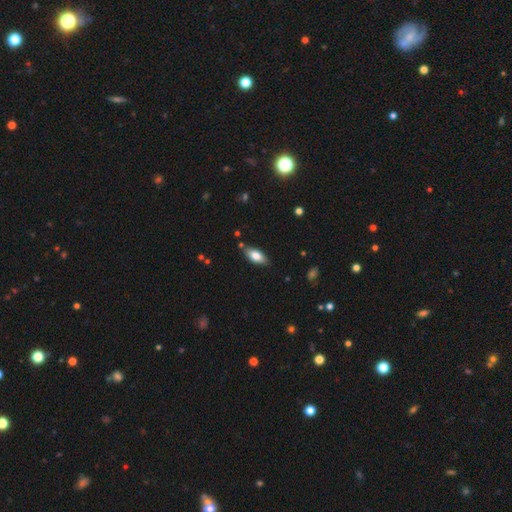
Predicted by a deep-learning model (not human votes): This appears to be a smooth galaxy with no disk features (77%) that is in between round and cigar-shaped (87%). Merging: none (80%).